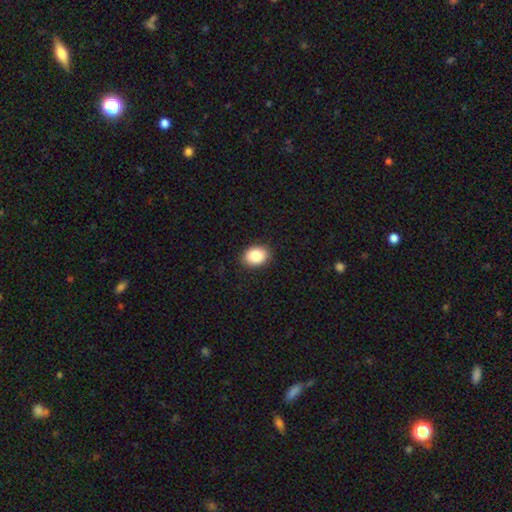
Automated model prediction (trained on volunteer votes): Smooth or featured?
  - smooth: 84% *
  - star or artifact: 9%
  - featured or disk: 7%
How rounded?
  - in between: 66% *
  - round: 33%
  - cigar-shaped: 1%
Merging?
  - none: 89% *
  - minor disturbance: 8%
  - major disturbance: 2%
  - merger: 1%